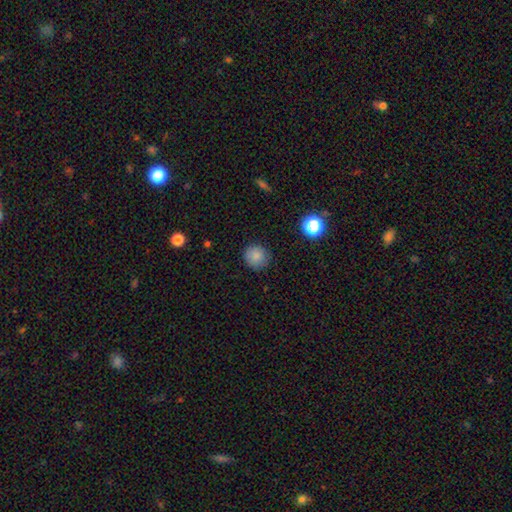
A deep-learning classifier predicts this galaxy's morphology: Smooth or featured: smooth — 83% (star or artifact — 11%)
How rounded: round — 94% (in between — 5%)
Merging: none — 88% (minor disturbance — 8%)